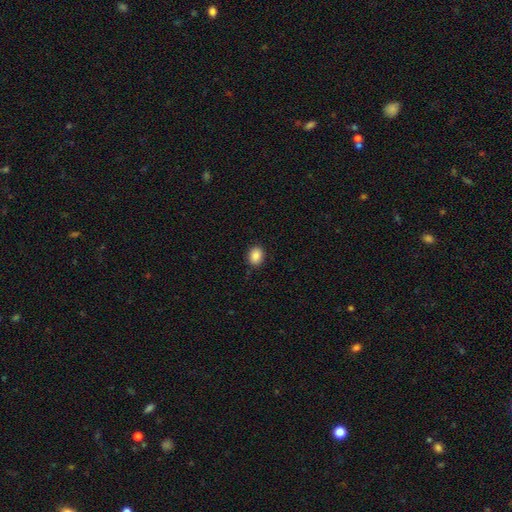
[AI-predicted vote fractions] Morphology: type=smooth (88%); roundness=in between (57%); merging=none (89%).